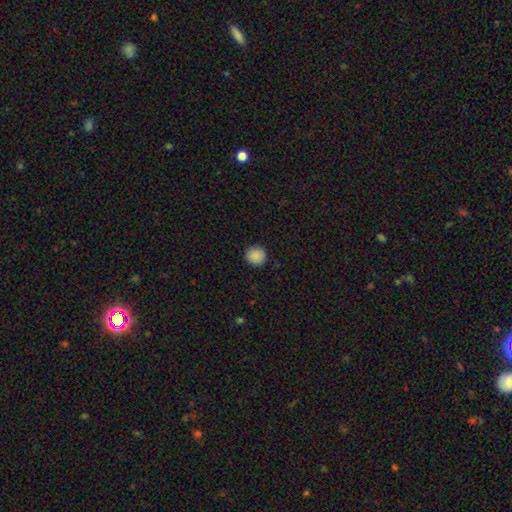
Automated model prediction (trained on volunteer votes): Q: Smooth or featured?
A: smooth (89%); runner-up: star or artifact (9%)
Q: How rounded?
A: round (94%); runner-up: in between (5%)
Q: Merging?
A: none (92%); runner-up: minor disturbance (5%)